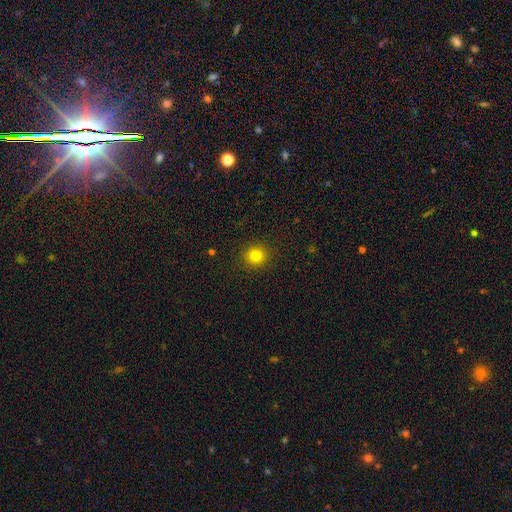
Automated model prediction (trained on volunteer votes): Overall: smooth (81%). How rounded: round (91%). Merging: none (91%).